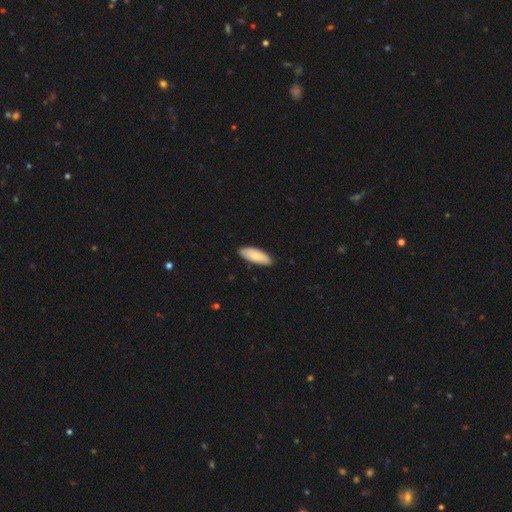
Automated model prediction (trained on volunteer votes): Q: Smooth or featured?
A: smooth (81%); runner-up: featured or disk (13%)
Q: How rounded?
A: in between (74%); runner-up: cigar-shaped (24%)
Q: Merging?
A: none (89%); runner-up: minor disturbance (9%)